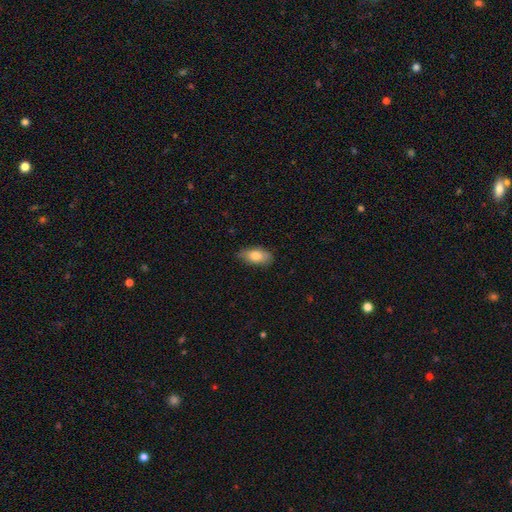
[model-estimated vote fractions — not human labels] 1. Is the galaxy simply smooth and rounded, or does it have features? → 79% smooth, 14% featured or disk, 7% star or artifact.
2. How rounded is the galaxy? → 89% in between, 6% cigar-shaped, 5% round.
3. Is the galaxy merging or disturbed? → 76% none, 20% minor disturbance, 3% major disturbance, 1% merger.